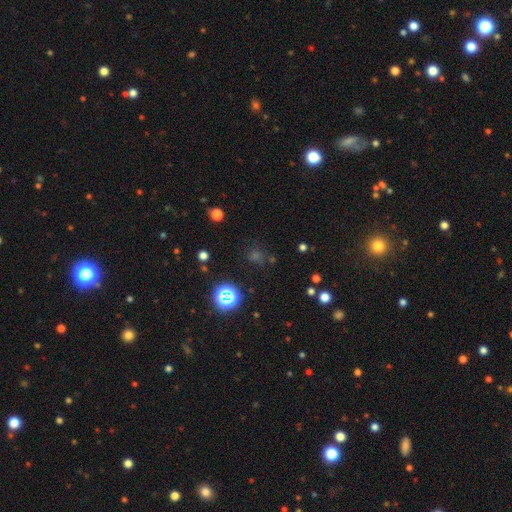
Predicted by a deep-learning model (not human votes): Overall: star or artifact (51%; smooth 41%).